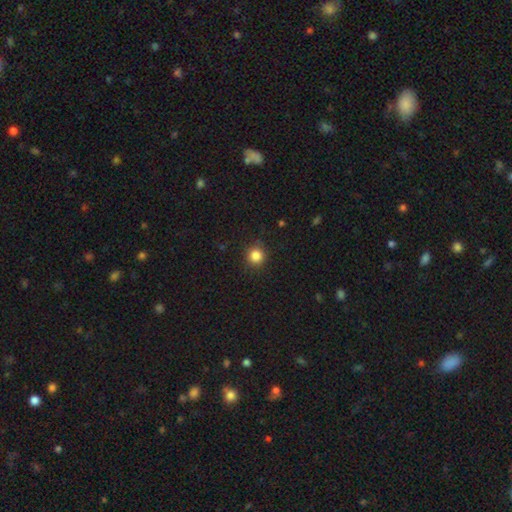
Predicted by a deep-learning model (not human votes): Smooth or featured: smooth — 84% (star or artifact — 12%)
How rounded: round — 92% (in between — 7%)
Merging: none — 88% (minor disturbance — 8%)